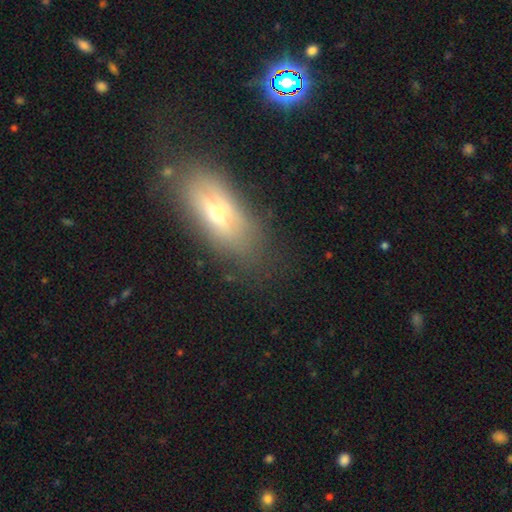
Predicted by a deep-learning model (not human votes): Q: Smooth or featured?
A: smooth (47%); runner-up: featured or disk (36%)
Q: Merging?
A: none (72%); runner-up: minor disturbance (17%)